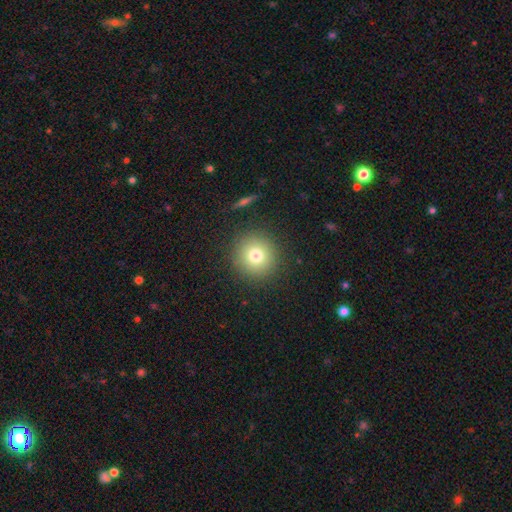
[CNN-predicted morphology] A smooth galaxy with no disk features (76%) that is round (94%).

Vote fractions:
- Smooth or featured? smooth: 76% / star or artifact: 13% / featured or disk: 11%
- How rounded? round: 94% / in between: 5% / cigar-shaped: 1%
- Merging? none: 90% / minor disturbance: 6% / major disturbance: 3% / merger: 1%